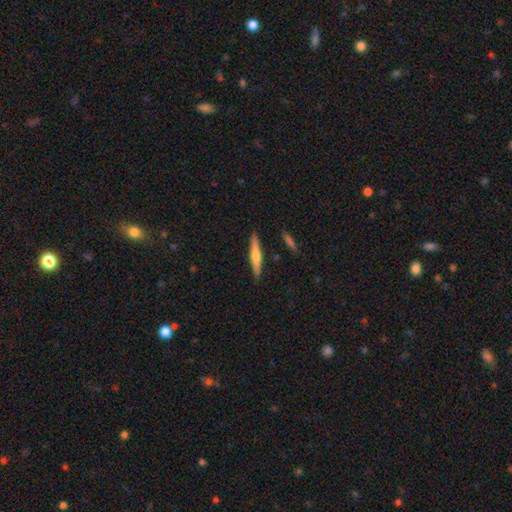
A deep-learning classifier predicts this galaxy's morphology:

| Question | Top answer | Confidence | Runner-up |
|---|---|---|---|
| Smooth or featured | featured or disk | 49% | smooth (46%) |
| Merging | none | 89% | minor disturbance (8%) |